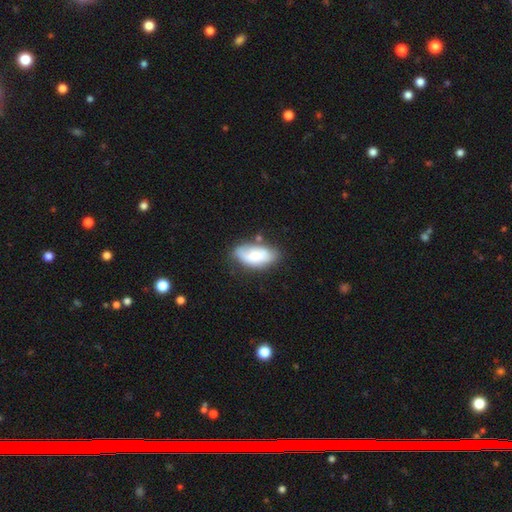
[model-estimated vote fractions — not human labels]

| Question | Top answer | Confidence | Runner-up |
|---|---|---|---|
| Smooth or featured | smooth | 68% | featured or disk (25%) |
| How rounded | in between | 91% | cigar-shaped (6%) |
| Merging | none | 57% | minor disturbance (26%) |